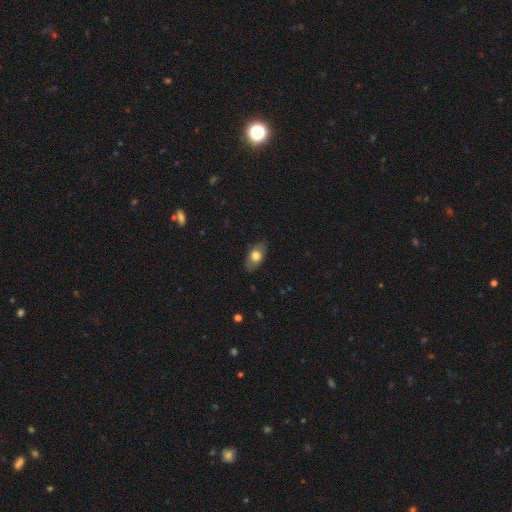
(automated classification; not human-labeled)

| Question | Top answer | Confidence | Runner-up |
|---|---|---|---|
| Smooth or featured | smooth | 73% | featured or disk (20%) |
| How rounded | in between | 88% | round (8%) |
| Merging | none | 82% | minor disturbance (14%) |